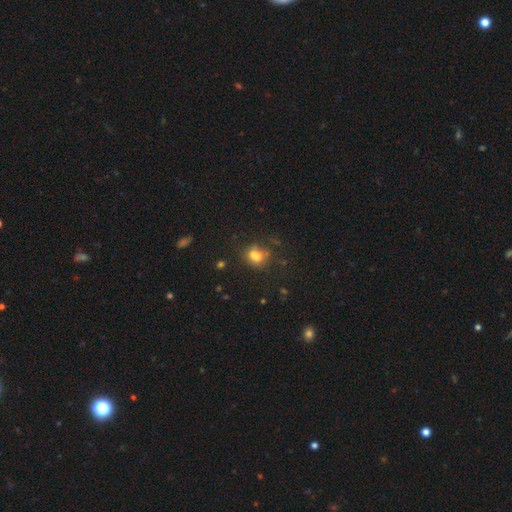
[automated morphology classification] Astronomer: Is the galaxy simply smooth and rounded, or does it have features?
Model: smooth — 67%.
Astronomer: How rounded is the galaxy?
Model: in between — 50% (runner-up: round, 48%).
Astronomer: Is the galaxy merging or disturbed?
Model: none — 42% (runner-up: merger, 31%).